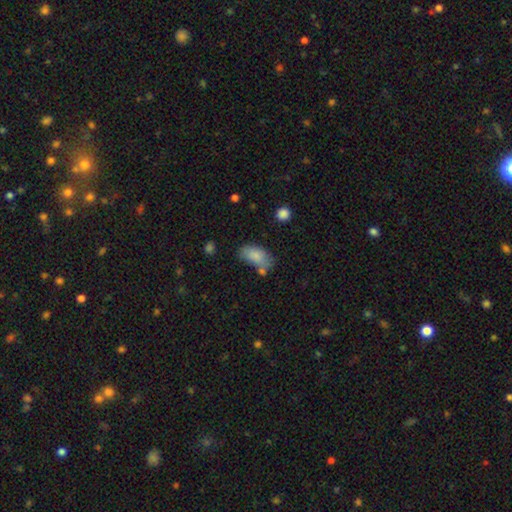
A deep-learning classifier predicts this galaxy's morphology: type=smooth (82%); roundness=in between (92%); merging=none (48%).